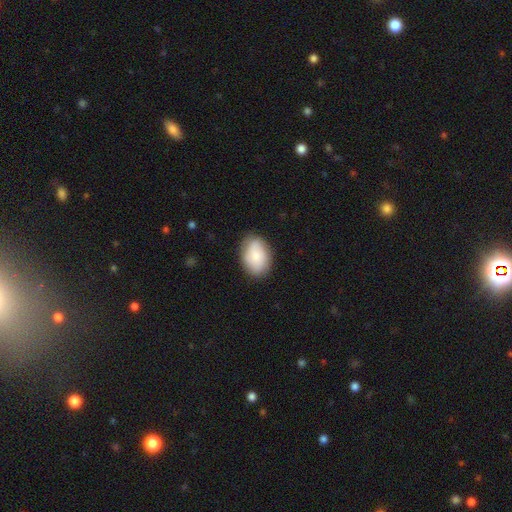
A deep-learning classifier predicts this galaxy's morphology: smooth 78%, featured or disk 16%, star or artifact 6%. Down the decision tree: how rounded — in between (84%); merging — none (81%).